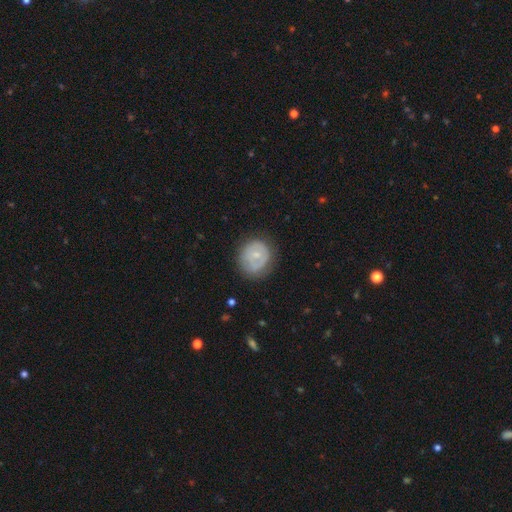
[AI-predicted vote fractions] Smooth or featured?
  - smooth: 49% *
  - featured or disk: 44%
  - star or artifact: 7%
Merging?
  - none: 68% *
  - minor disturbance: 22%
  - major disturbance: 8%
  - merger: 2%